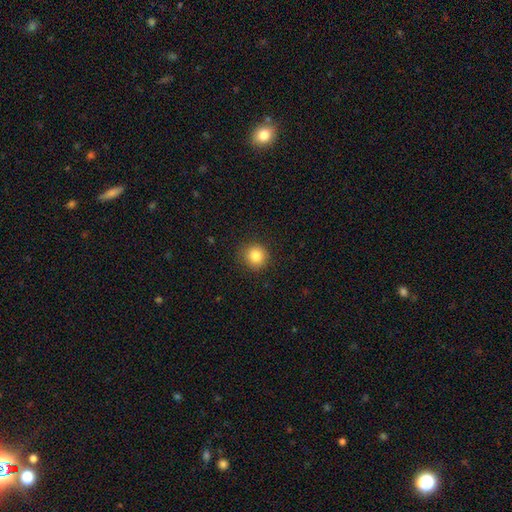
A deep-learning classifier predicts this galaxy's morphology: Smooth or featured? Predicted: smooth (p=0.83). How rounded? Predicted: round (p=0.92). Merging? Predicted: none (p=0.89).